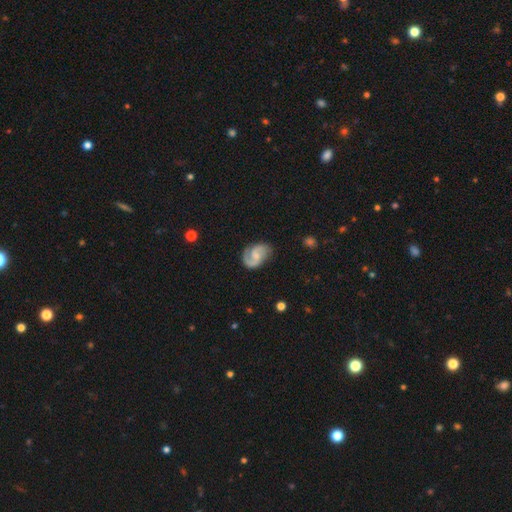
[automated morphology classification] type=featured or disk (84%); edge-on=no (98%); bar=weak (47%); spiral arms=yes (97%); winding=medium (52%); arm count=2 (87%); bulge=small (43%); merging=none (74%).